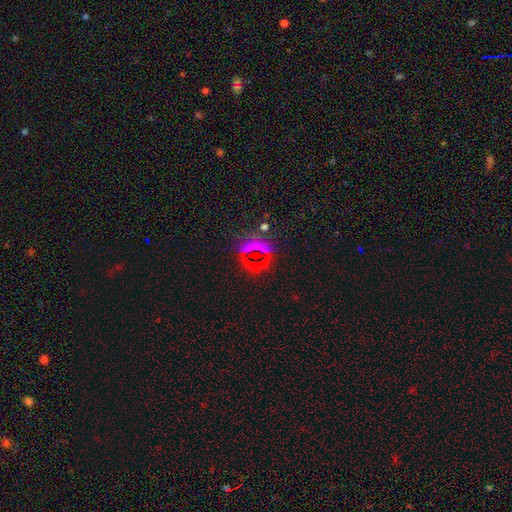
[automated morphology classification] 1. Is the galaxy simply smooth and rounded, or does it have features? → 67% star or artifact, 23% smooth, 9% featured or disk.